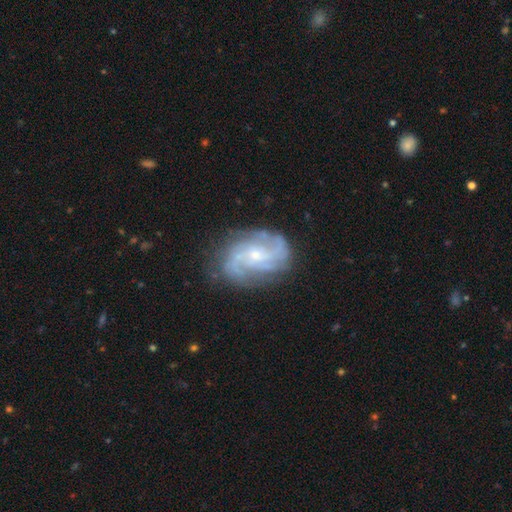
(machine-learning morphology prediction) type=featured or disk (86%); edge-on=no (97%); bar=no (57%); spiral arms=yes (96%); winding=medium (46%); arm count=2 (30%); bulge=small (68%); merging=none (74%).